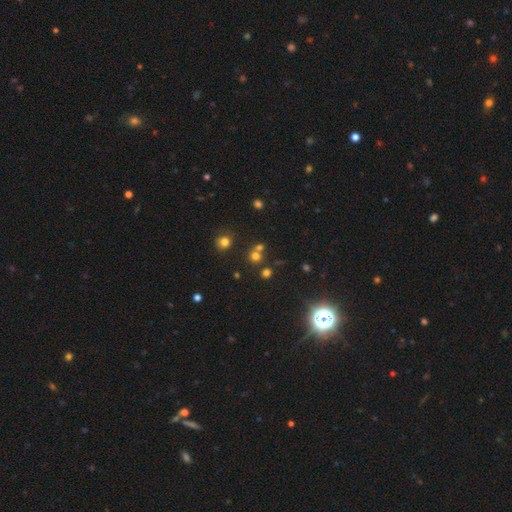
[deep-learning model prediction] A smooth galaxy with no disk features (63%) that is round (88%).

Vote fractions:
- Smooth or featured? smooth: 63% / star or artifact: 27% / featured or disk: 10%
- How rounded? round: 88% / in between: 11% / cigar-shaped: 1%
- Merging? none: 62% / merger: 28% / minor disturbance: 7% / major disturbance: 3%